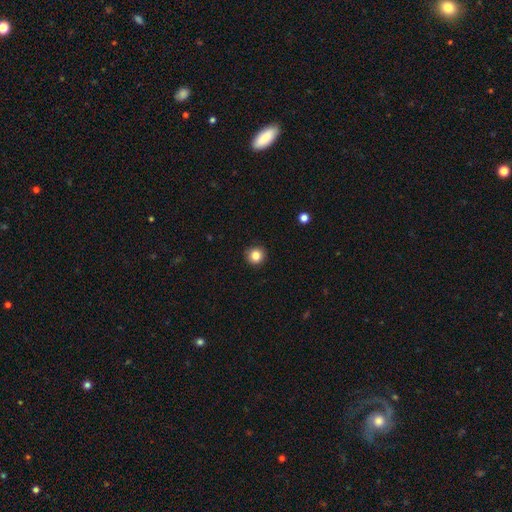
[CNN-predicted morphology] Smooth or featured: smooth — 84% (star or artifact — 11%)
How rounded: round — 93% (in between — 6%)
Merging: none — 92% (minor disturbance — 6%)